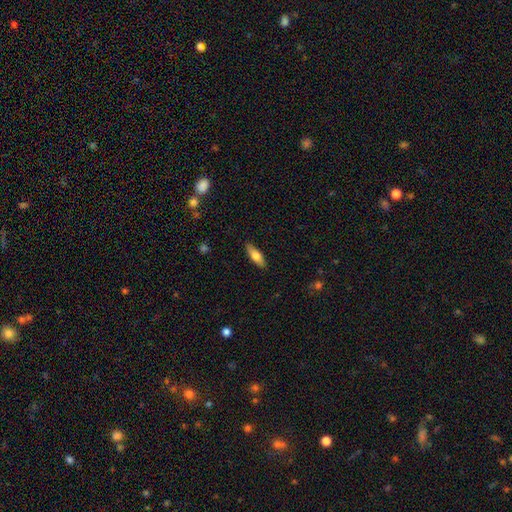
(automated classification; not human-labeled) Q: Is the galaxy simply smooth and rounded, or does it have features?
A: smooth — 68%.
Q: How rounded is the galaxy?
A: in between — 57%.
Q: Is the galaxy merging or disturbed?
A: none — 88%.